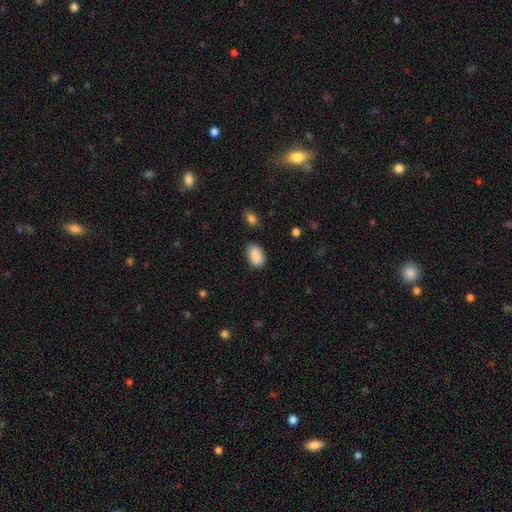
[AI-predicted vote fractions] Smooth or featured?
  - smooth: 89% *
  - star or artifact: 7%
  - featured or disk: 4%
How rounded?
  - in between: 90% *
  - round: 9%
  - cigar-shaped: 1%
Merging?
  - none: 82% *
  - minor disturbance: 14%
  - major disturbance: 3%
  - merger: 2%